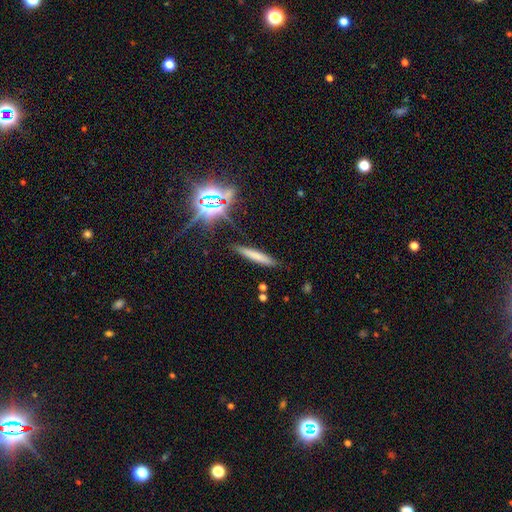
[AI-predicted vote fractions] The model was most divided on "smooth or featured": smooth: 68%, featured or disk: 17%, star or artifact: 14%. More confident: how rounded — cigar-shaped (91%); merging — none (87%).